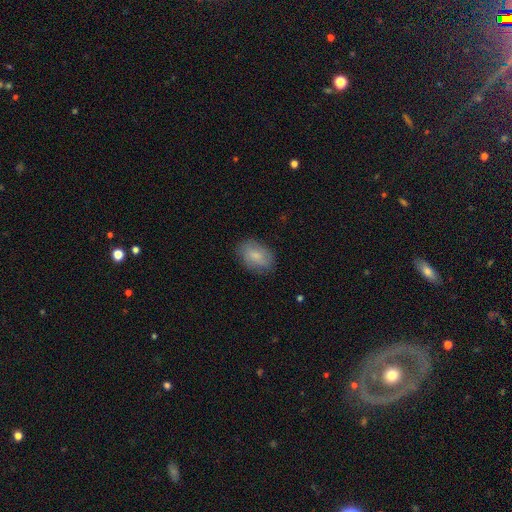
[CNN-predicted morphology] A smooth galaxy with no disk features (72%) that is in between round and cigar-shaped (84%).

Vote fractions:
- Smooth or featured? smooth: 72% / featured or disk: 21% / star or artifact: 7%
- How rounded? in between: 84% / round: 15% / cigar-shaped: 2%
- Merging? none: 80% / minor disturbance: 15% / major disturbance: 4% / merger: 1%